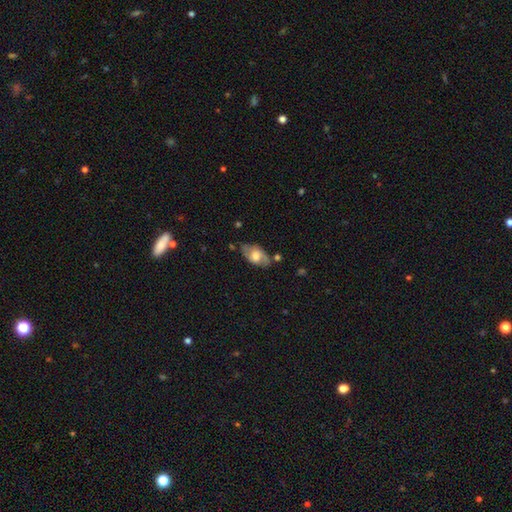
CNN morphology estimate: Smooth or featured? Predicted: featured or disk (p=0.55). Edge-on disk? Predicted: no (p=0.89). Merging? Predicted: none (p=0.70).